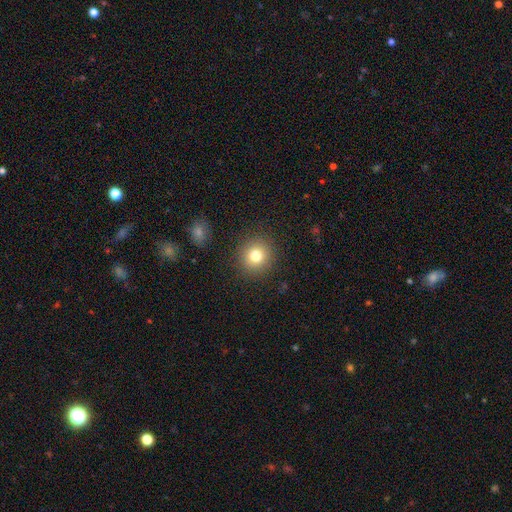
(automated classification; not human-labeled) smooth_or_featured: smooth (p=0.78) [alt: star or artifact p=0.12]
how_rounded: round (p=0.91) [alt: in between p=0.09]
merging: none (p=0.89) [alt: minor disturbance p=0.06]